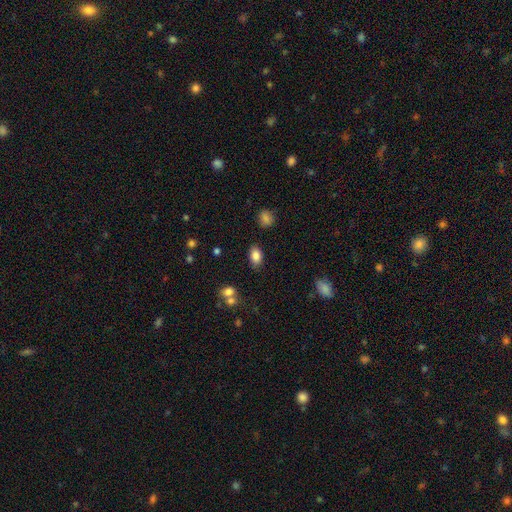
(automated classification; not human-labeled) Overall: smooth (85%). How rounded: in between (89%). Merging: none (83%).